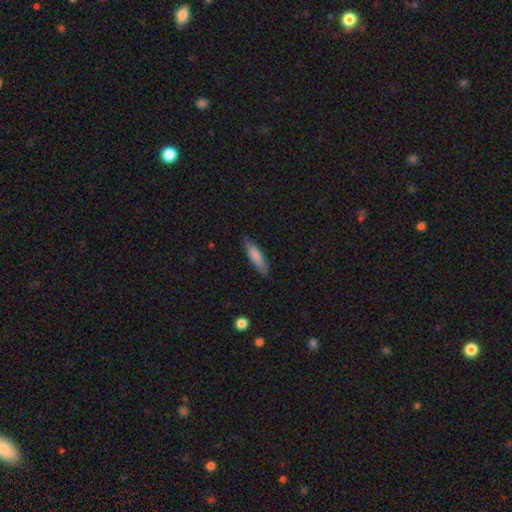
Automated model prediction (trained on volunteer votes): smooth_or_featured: smooth (p=0.80) [alt: featured or disk p=0.15]
how_rounded: cigar-shaped (p=0.65) [alt: in between p=0.33]
merging: none (p=0.84) [alt: minor disturbance p=0.13]